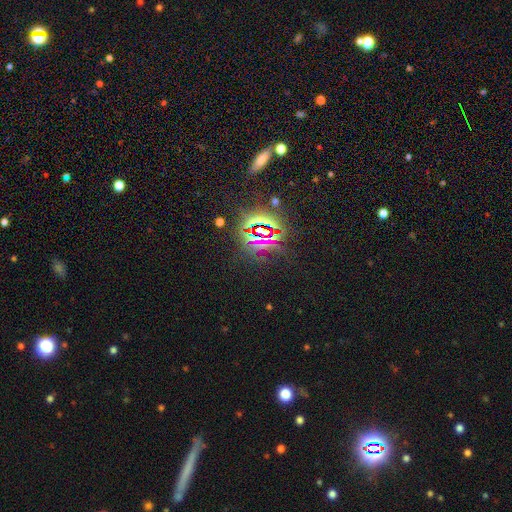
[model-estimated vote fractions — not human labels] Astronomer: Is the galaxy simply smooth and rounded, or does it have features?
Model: star or artifact — 84%.